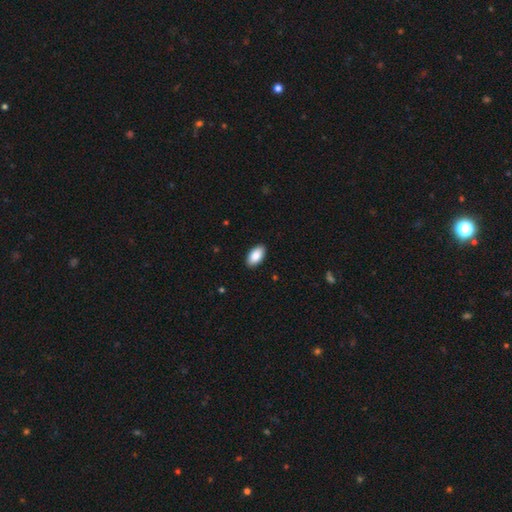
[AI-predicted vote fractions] Smooth or featured? Predicted: smooth (p=0.88). How rounded? Predicted: in between (p=0.95). Merging? Predicted: none (p=0.90).